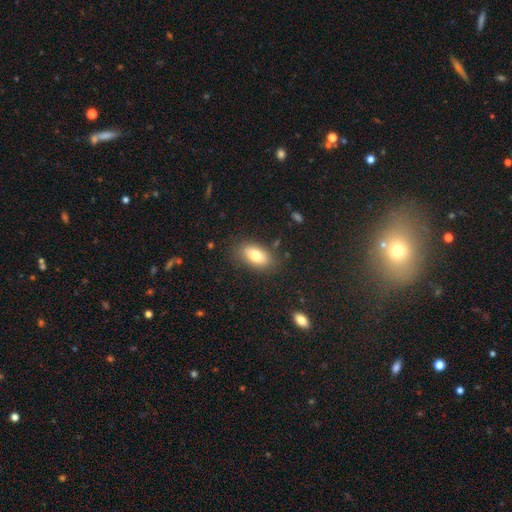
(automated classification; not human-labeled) Smooth or featured? smooth (77%)
How rounded? in between (89%)
Merging? none (82%)